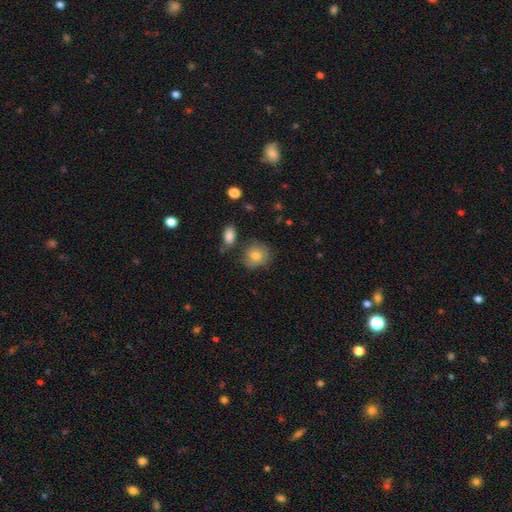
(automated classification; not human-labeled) Morphology: type=smooth (75%); roundness=round (75%); merging=none (68%).